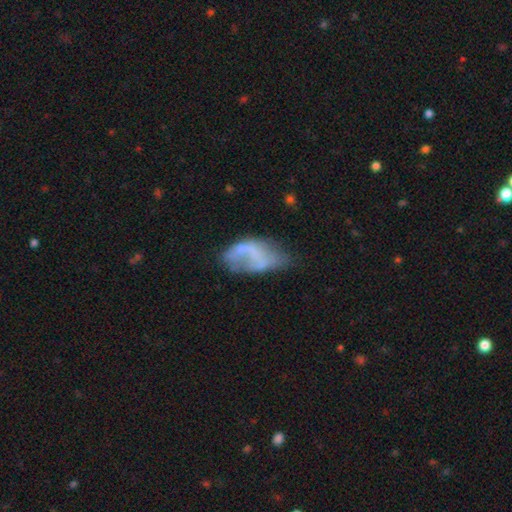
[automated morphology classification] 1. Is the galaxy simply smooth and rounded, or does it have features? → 48% featured or disk, 42% smooth, 10% star or artifact.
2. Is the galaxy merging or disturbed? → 31% major disturbance, 30% none, 27% minor disturbance, 13% merger.